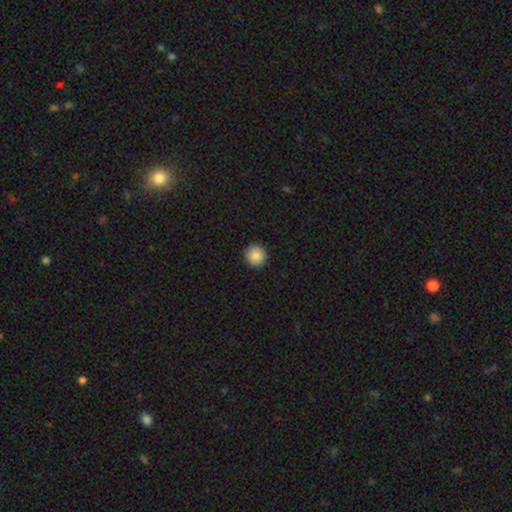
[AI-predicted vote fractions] smooth-or-featured: smooth: 87% | star or artifact: 9% | featured or disk: 4%
  how-rounded: round: 95% | in between: 4% | cigar-shaped: 1%
  merging: none: 93% | minor disturbance: 5% | major disturbance: 2% | merger: 1%